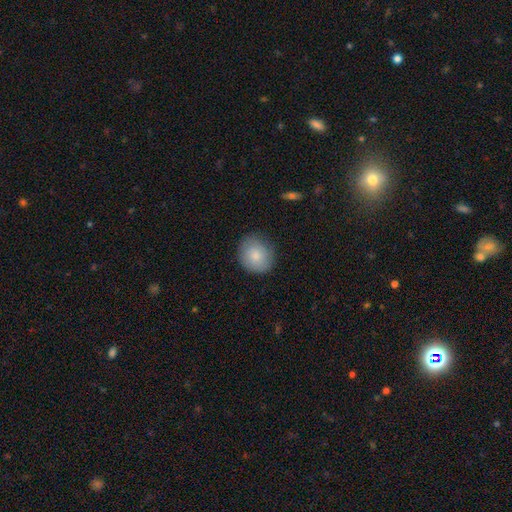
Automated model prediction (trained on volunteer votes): A smooth galaxy with no disk features (84%) that is round (75%). Merging: none (82%).